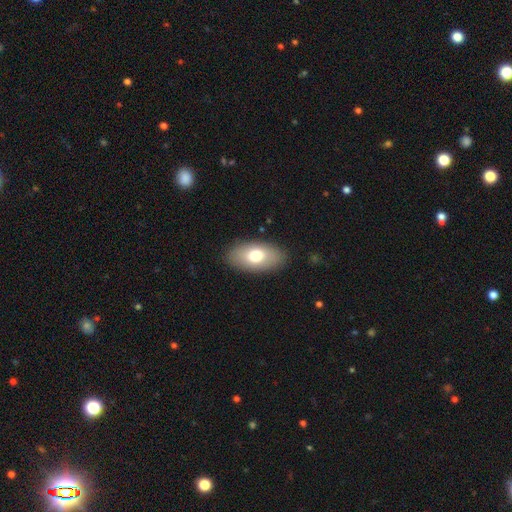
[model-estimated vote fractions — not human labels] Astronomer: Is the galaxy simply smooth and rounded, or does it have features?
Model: smooth — 72%.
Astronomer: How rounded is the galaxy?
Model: in between — 93%.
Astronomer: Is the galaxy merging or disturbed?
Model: none — 87%.